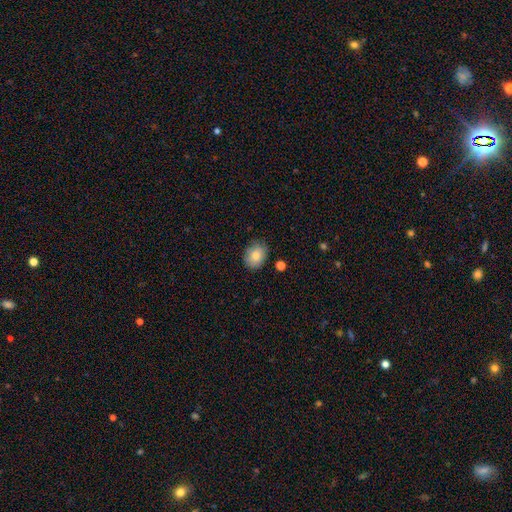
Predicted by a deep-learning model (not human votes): Morphology: type=smooth (83%); roundness=in between (59%); merging=none (79%).